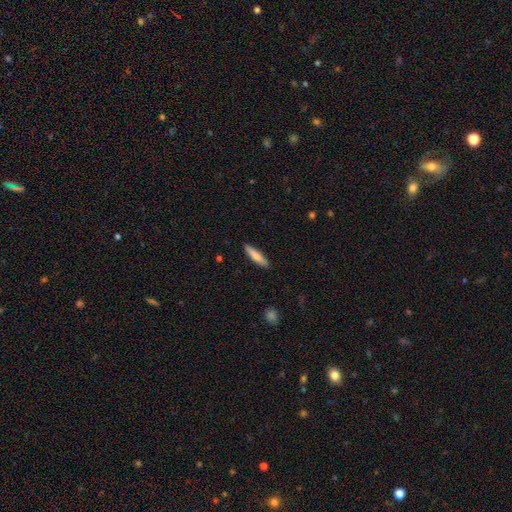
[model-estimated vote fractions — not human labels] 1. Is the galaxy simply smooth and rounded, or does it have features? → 77% smooth, 17% featured or disk, 6% star or artifact.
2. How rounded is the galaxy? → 82% cigar-shaped, 17% in between, 1% round.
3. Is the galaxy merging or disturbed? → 90% none, 7% minor disturbance, 2% major disturbance, 1% merger.